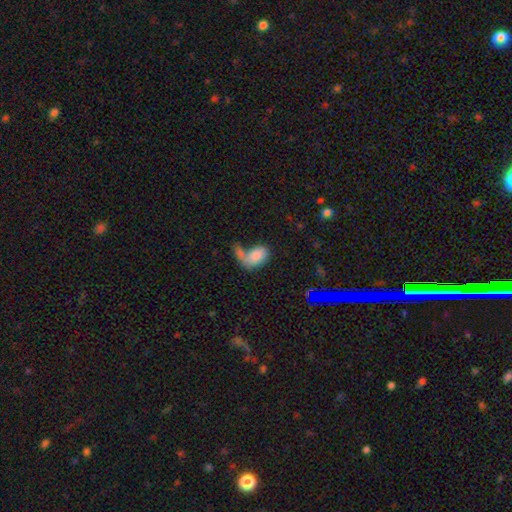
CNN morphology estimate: The model was most divided on "merging": merger: 36%, none: 26%, major disturbance: 24%, minor disturbance: 14%. More confident: how rounded — in between (88%); smooth or featured — smooth (76%).